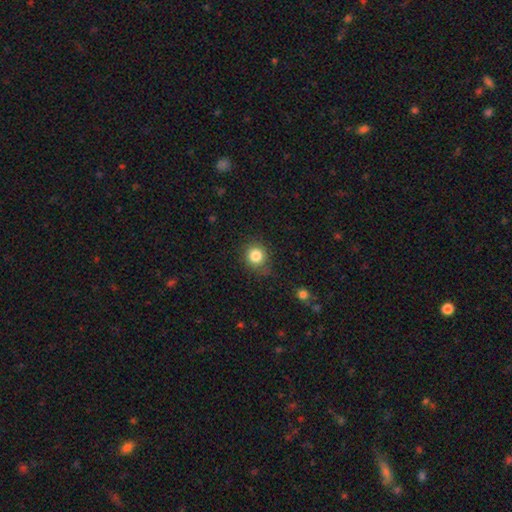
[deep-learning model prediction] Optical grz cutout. It shows a smooth galaxy with no disk features (83%) that is round (87%). Merging: none (79%).